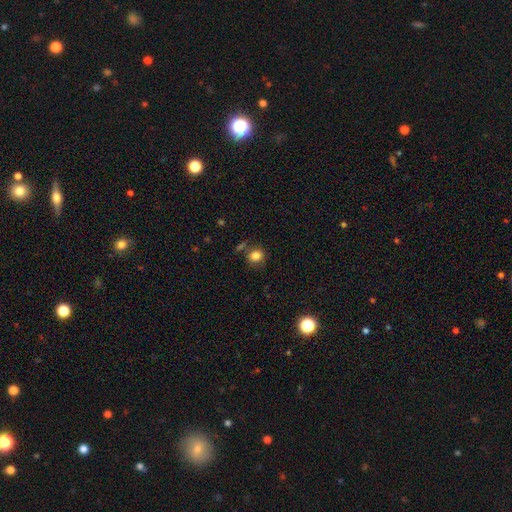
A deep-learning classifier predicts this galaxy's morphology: Q: Smooth or featured?
A: smooth (82%); runner-up: star or artifact (11%)
Q: How rounded?
A: round (74%); runner-up: in between (25%)
Q: Merging?
A: none (74%); runner-up: minor disturbance (14%)